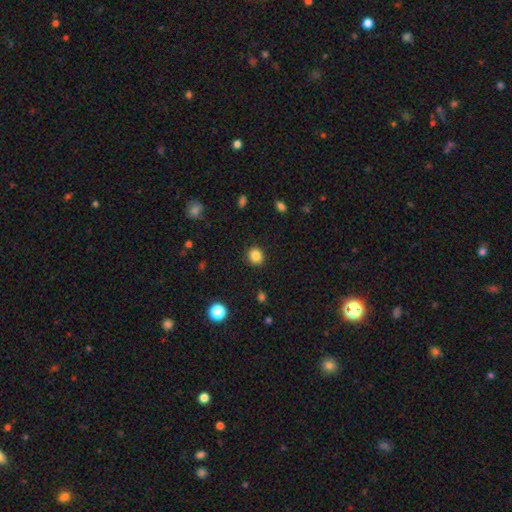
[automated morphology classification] The model was most divided on "how rounded": round: 76%, in between: 23%, cigar-shaped: 1%. More confident: merging — none (89%); smooth or featured — smooth (85%).